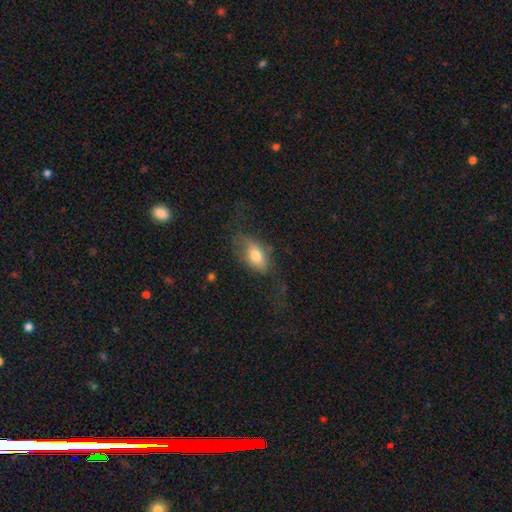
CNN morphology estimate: smooth-or-featured: smooth: 71% | featured or disk: 21% | star or artifact: 8%
  how-rounded: in between: 88% | round: 7% | cigar-shaped: 5%
  merging: none: 49% | minor disturbance: 25% | major disturbance: 24% | merger: 2%